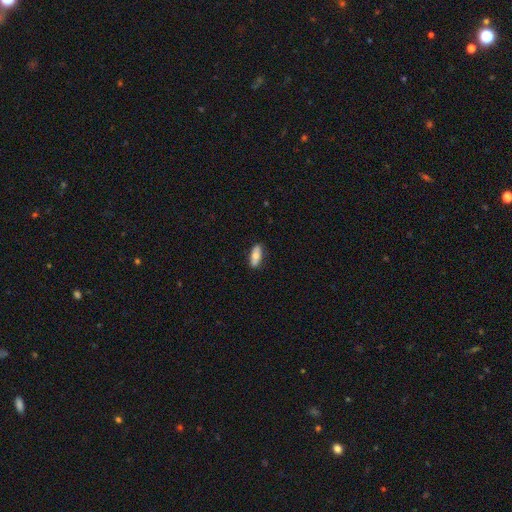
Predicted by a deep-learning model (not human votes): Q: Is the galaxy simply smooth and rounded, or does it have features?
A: smooth — 72%.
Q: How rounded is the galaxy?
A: in between — 72%.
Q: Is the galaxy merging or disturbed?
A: none — 86%.